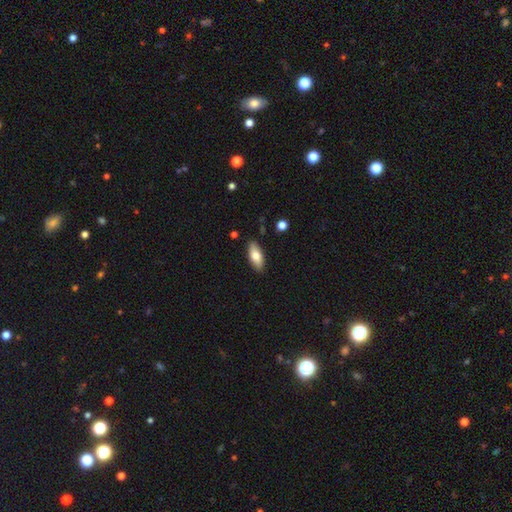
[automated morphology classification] smooth 75%, featured or disk 19%, star or artifact 6%. Down the decision tree: how rounded — in between (83%); merging — none (87%).